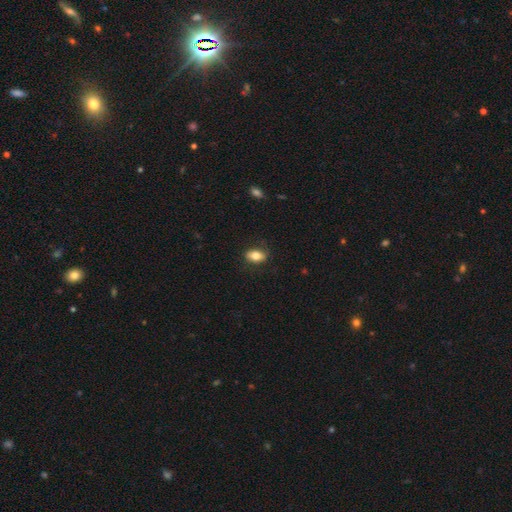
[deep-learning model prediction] A smooth galaxy with no disk features (79%) that is in between round and cigar-shaped (87%). Merging: none (82%).